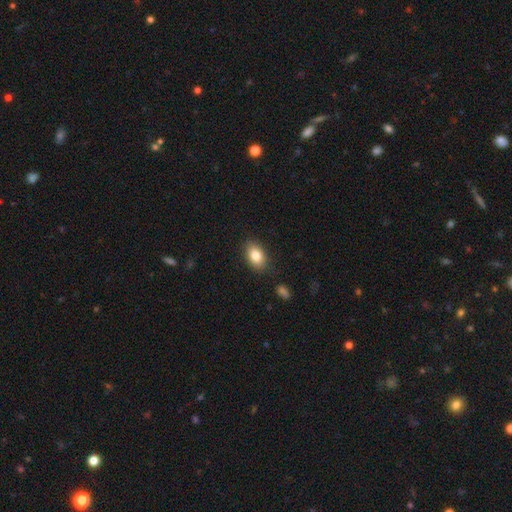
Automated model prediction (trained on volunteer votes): Smooth or featured? Predicted: smooth (p=0.83). How rounded? Predicted: in between (p=0.87). Merging? Predicted: none (p=0.85).